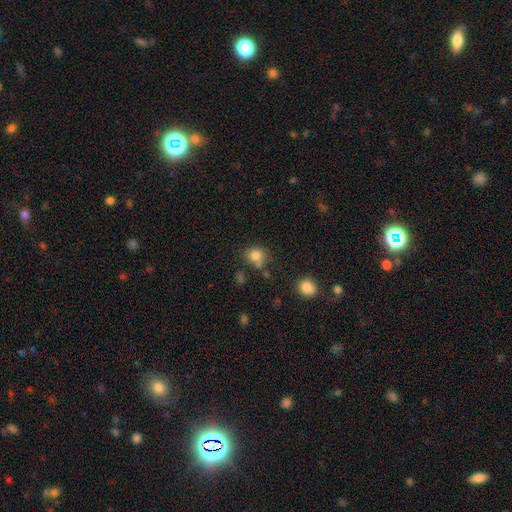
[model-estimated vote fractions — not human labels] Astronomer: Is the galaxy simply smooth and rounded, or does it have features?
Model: smooth — 81%.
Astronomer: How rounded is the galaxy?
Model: round — 67%.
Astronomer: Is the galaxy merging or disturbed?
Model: none — 61%.